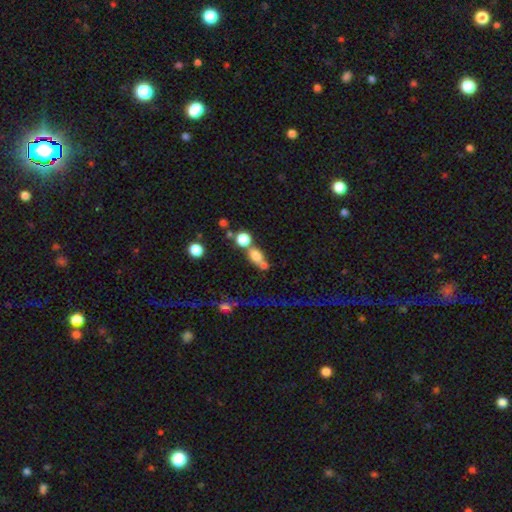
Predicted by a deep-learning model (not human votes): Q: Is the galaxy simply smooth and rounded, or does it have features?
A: smooth — 72%.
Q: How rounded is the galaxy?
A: round — 52%.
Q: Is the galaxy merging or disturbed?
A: merger — 47%.